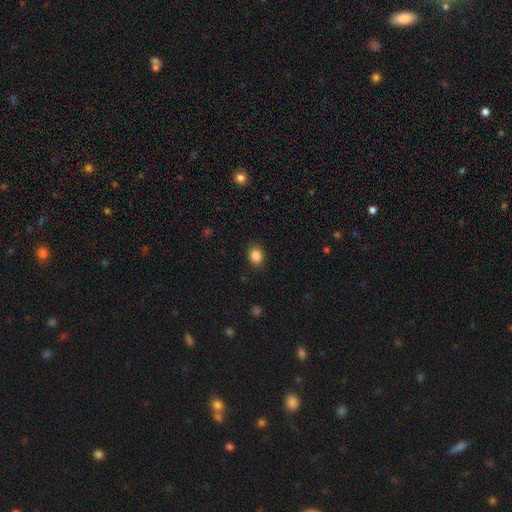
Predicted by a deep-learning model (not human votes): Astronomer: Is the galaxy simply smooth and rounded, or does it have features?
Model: smooth — 86%.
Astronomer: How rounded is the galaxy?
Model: in between — 51% (runner-up: round, 48%).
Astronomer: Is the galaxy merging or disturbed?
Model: none — 88%.